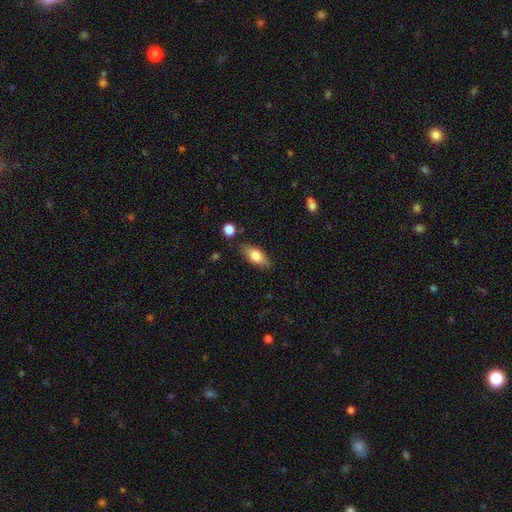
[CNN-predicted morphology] Smooth or featured?
  - smooth: 76% *
  - featured or disk: 17%
  - star or artifact: 7%
How rounded?
  - in between: 82% *
  - cigar-shaped: 14%
  - round: 3%
Merging?
  - none: 80% *
  - minor disturbance: 13%
  - merger: 3%
  - major disturbance: 3%